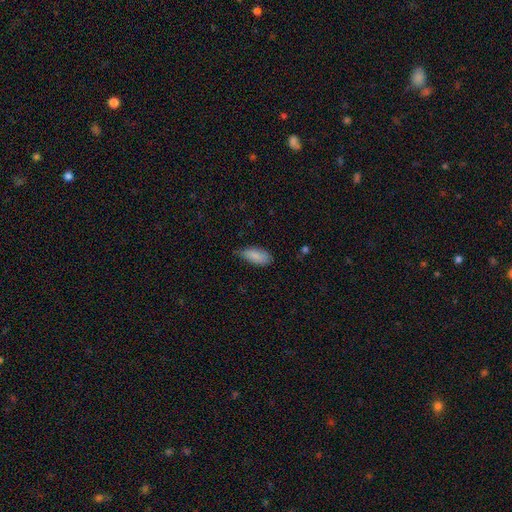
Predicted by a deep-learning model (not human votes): This appears to be a smooth galaxy with no disk features (86%) that is in between round and cigar-shaped (88%). Merging: none (64%).